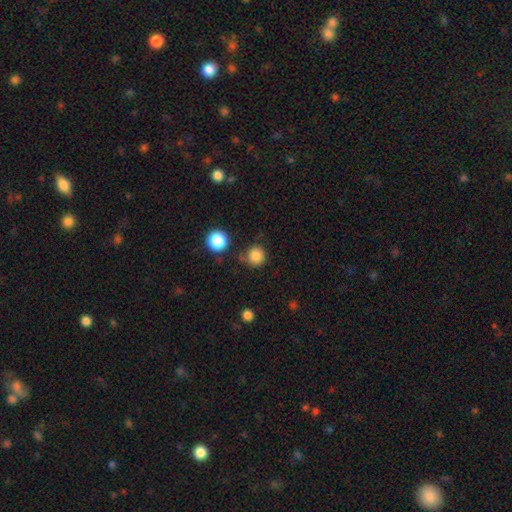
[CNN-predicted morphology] smooth_or_featured: smooth (p=0.84) [alt: star or artifact p=0.12]
how_rounded: round (p=0.93) [alt: in between p=0.06]
merging: none (p=0.77) [alt: minor disturbance p=0.12]